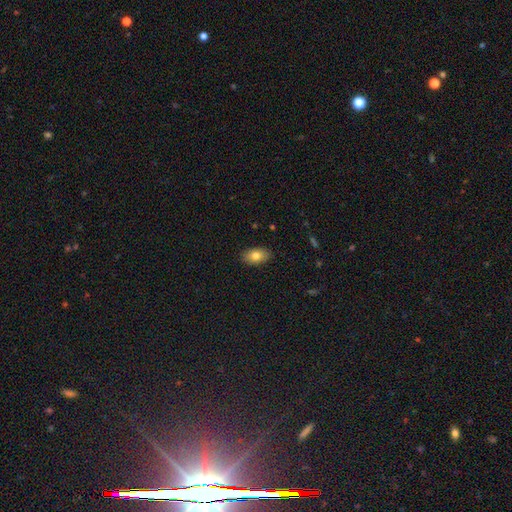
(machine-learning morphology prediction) type=smooth (79%); roundness=in between (91%); merging=none (88%).